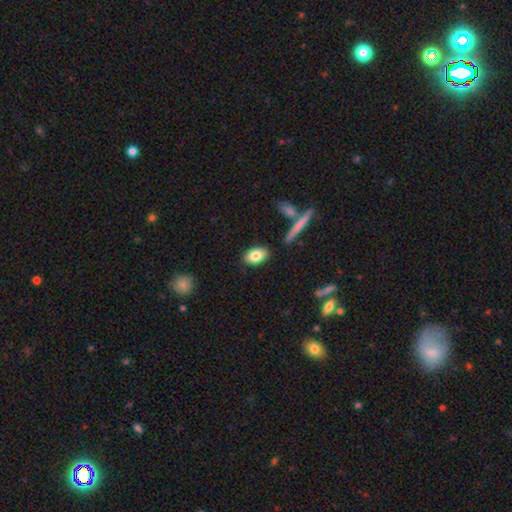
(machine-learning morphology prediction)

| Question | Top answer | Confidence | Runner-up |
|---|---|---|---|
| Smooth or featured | smooth | 81% | featured or disk (11%) |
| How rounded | in between | 88% | round (9%) |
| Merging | none | 85% | minor disturbance (9%) |